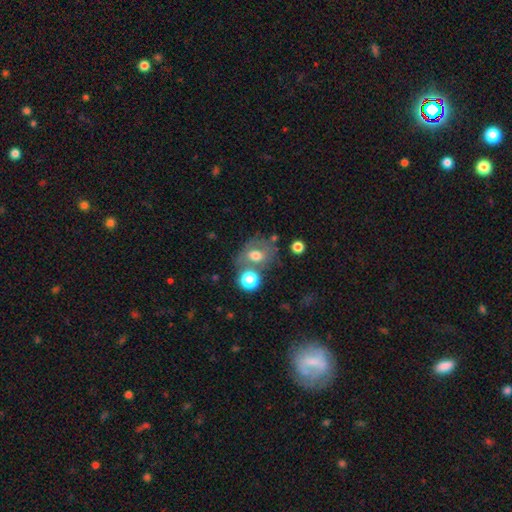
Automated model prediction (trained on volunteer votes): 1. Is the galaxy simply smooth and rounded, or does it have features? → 60% smooth, 26% featured or disk, 14% star or artifact.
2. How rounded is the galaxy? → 51% round, 48% in between, 1% cigar-shaped.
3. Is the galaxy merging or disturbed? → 52% none, 21% merger, 17% minor disturbance, 10% major disturbance.